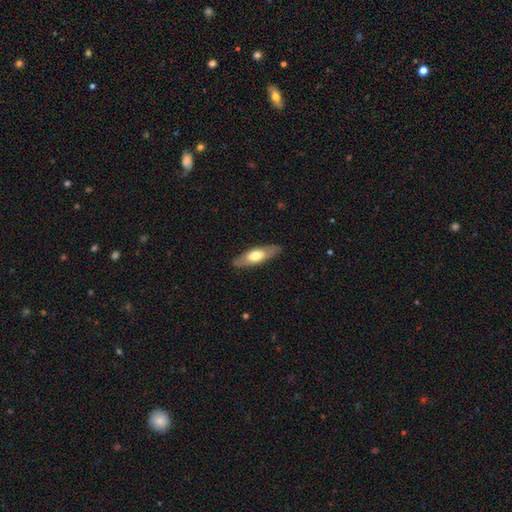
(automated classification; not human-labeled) Smooth or featured?
  - smooth: 53% *
  - featured or disk: 42%
  - star or artifact: 5%
How rounded?
  - in between: 58% *
  - cigar-shaped: 39%
  - round: 2%
Merging?
  - none: 85% *
  - minor disturbance: 11%
  - major disturbance: 3%
  - merger: 1%